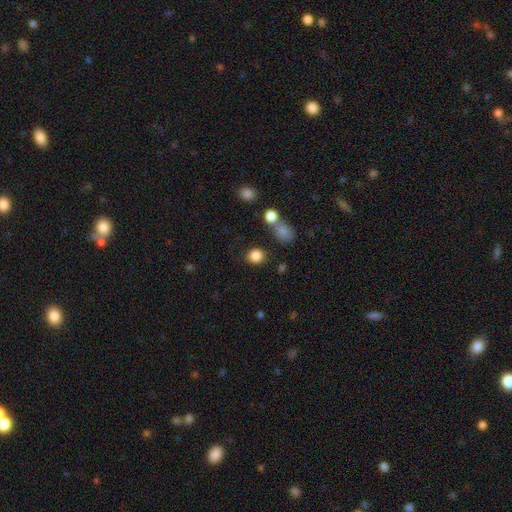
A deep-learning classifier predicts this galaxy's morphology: This appears to be a smooth galaxy with no disk features (85%) that is round (78%). Merging: none (81%).